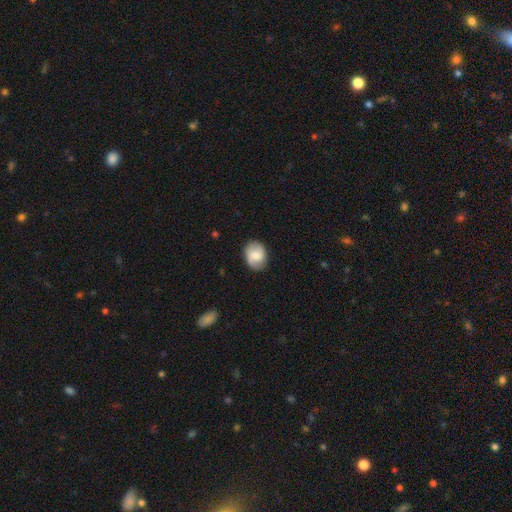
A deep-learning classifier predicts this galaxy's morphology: Smooth or featured?
  - smooth: 61% *
  - featured or disk: 31%
  - star or artifact: 8%
How rounded?
  - in between: 56% *
  - round: 43%
  - cigar-shaped: 1%
Merging?
  - none: 79% *
  - minor disturbance: 16%
  - major disturbance: 4%
  - merger: 1%